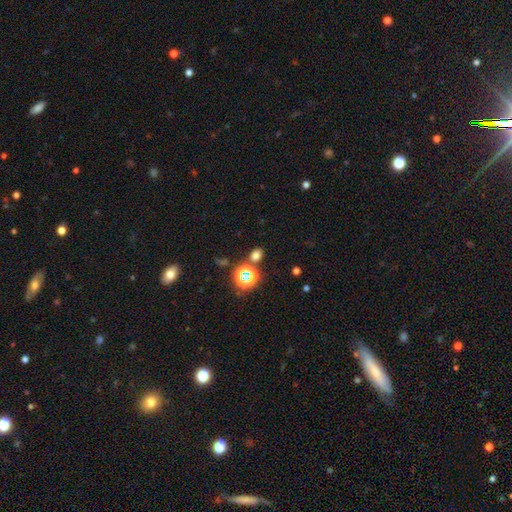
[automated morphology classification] smooth_or_featured: smooth (p=0.65) [alt: star or artifact p=0.29]
how_rounded: in between (p=0.50) [alt: round p=0.48]
merging: none (p=0.77) [alt: minor disturbance p=0.10]